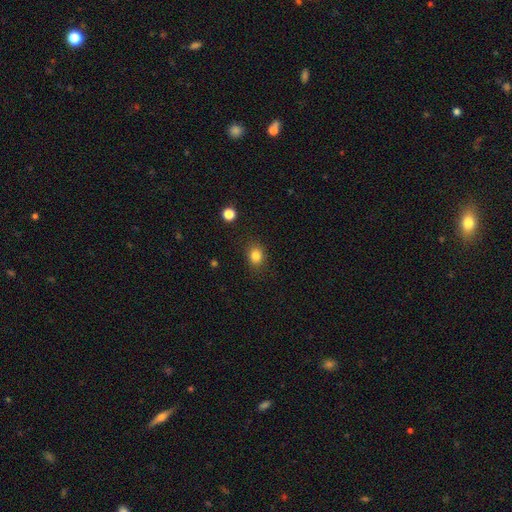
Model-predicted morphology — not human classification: Smooth or featured? smooth (83%)
How rounded? round (57%)
Merging? none (85%)